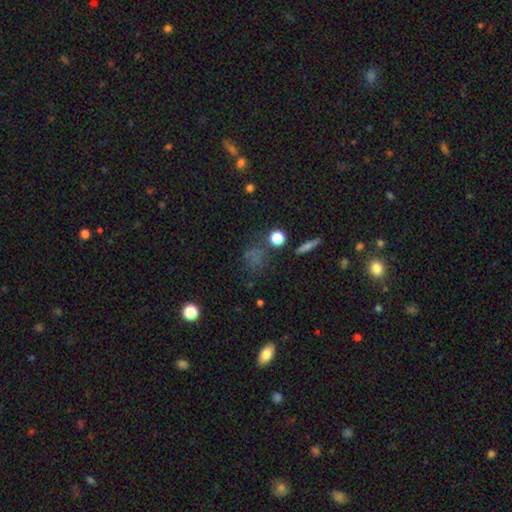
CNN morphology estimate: Smooth or featured: smooth — 57% (star or artifact — 31%)
How rounded: round — 65% (in between — 30%)
Merging: none — 65% (minor disturbance — 18%)